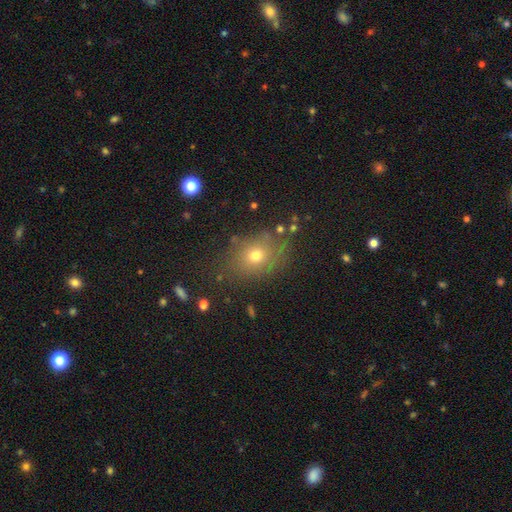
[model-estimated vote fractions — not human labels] Morphology: type=smooth (70%); roundness=in between (55%); merging=none (78%).